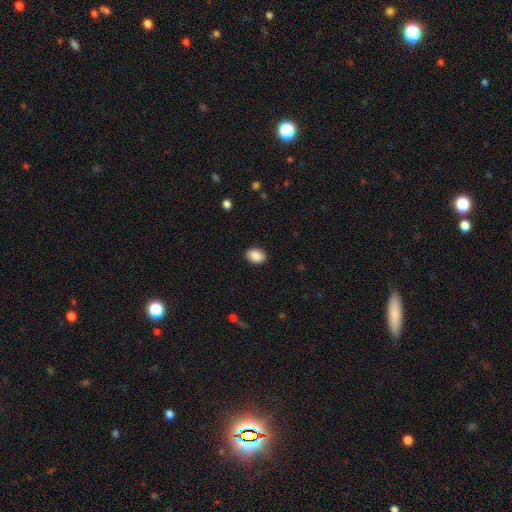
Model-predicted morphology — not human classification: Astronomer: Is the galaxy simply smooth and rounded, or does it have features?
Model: smooth — 89%.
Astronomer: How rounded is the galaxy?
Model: in between — 75%.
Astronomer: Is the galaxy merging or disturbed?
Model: none — 89%.